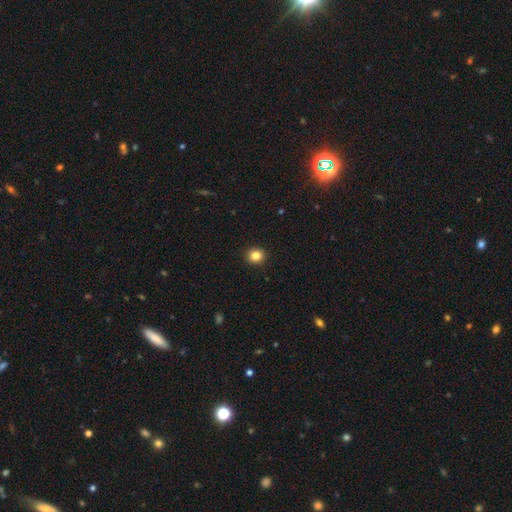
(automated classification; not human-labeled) The model was most divided on "how rounded": round: 84%, in between: 15%, cigar-shaped: 1%. More confident: merging — none (92%); smooth or featured — smooth (84%).